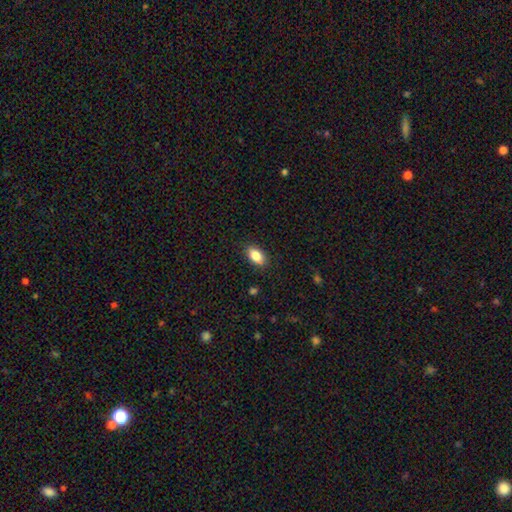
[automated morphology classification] Overall: smooth (84%). How rounded: in between (90%). Merging: none (87%).